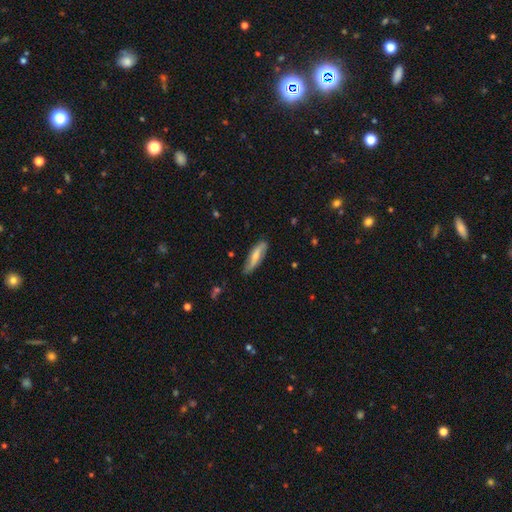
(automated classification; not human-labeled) Smooth or featured?
  - smooth: 50% *
  - featured or disk: 44%
  - star or artifact: 6%
How rounded?
  - cigar-shaped: 53% *
  - in between: 45%
  - round: 2%
Merging?
  - none: 78% *
  - minor disturbance: 17%
  - major disturbance: 3%
  - merger: 2%